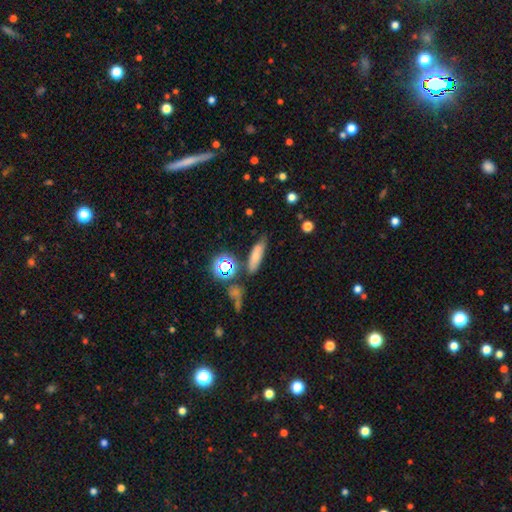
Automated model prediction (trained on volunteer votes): This is likely a smooth galaxy (68%). How rounded: possibly cigar-shaped (51%). Merging: likely none (66%).